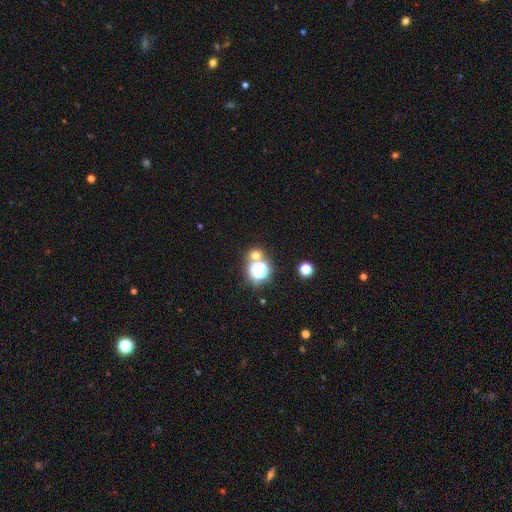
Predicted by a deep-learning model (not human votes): Morphology: type=smooth (50%); roundness=round (84%); merging=none (70%).